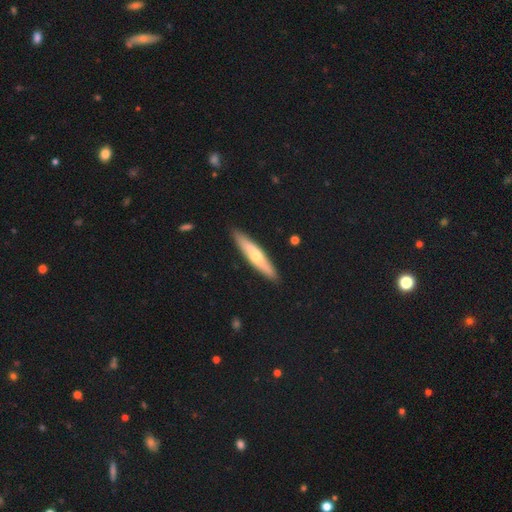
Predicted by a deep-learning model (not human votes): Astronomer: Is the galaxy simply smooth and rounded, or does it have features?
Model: smooth — 49% (runner-up: featured or disk, 46%).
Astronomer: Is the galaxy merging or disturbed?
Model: none — 90%.